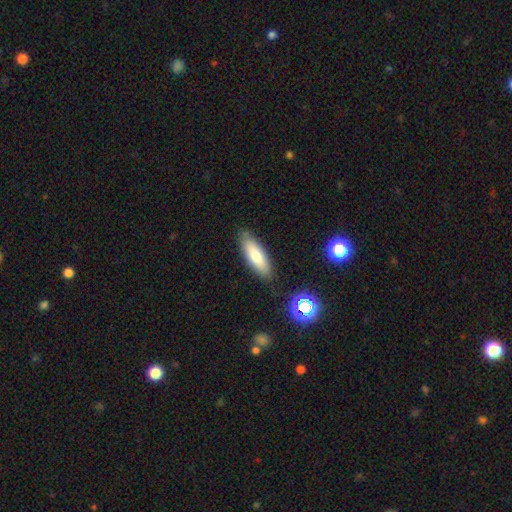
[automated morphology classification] smooth-or-featured: smooth: 72% | featured or disk: 20% | star or artifact: 8%
  how-rounded: in between: 59% | cigar-shaped: 39% | round: 2%
  merging: none: 85% | minor disturbance: 11% | major disturbance: 2% | merger: 2%